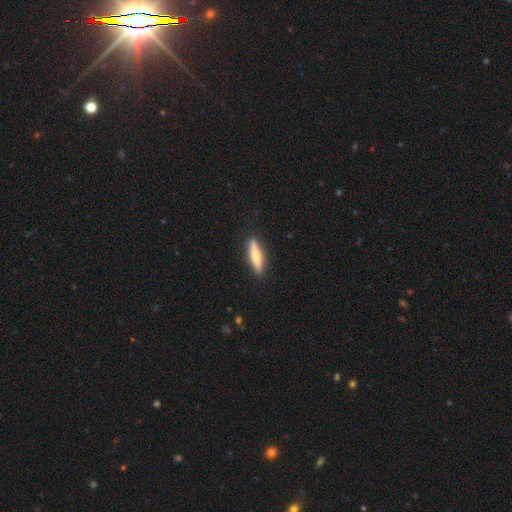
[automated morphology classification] type=smooth (64%); roundness=cigar-shaped (77%); merging=none (89%).